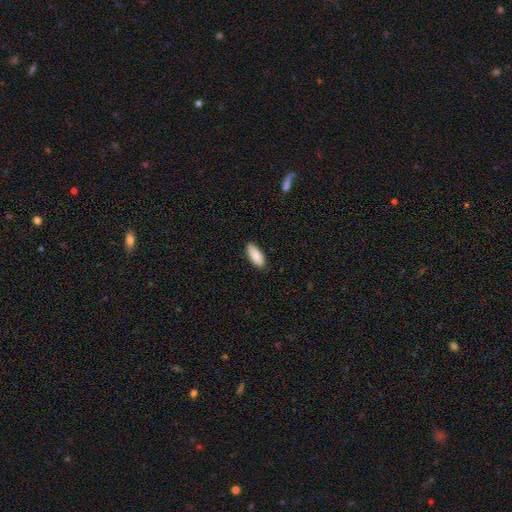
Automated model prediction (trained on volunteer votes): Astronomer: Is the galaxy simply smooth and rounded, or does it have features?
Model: smooth — 89%.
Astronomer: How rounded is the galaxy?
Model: in between — 79%.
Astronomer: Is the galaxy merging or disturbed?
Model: none — 88%.